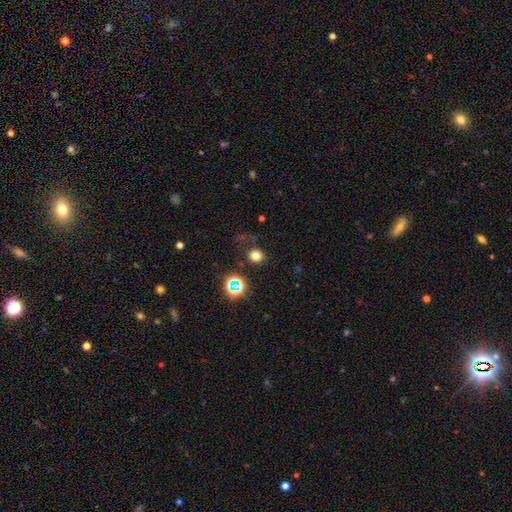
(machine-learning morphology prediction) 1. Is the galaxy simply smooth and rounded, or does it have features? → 73% smooth, 20% star or artifact, 7% featured or disk.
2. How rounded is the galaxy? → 82% round, 17% in between, 1% cigar-shaped.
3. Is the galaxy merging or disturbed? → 80% none, 11% minor disturbance, 6% major disturbance, 3% merger.